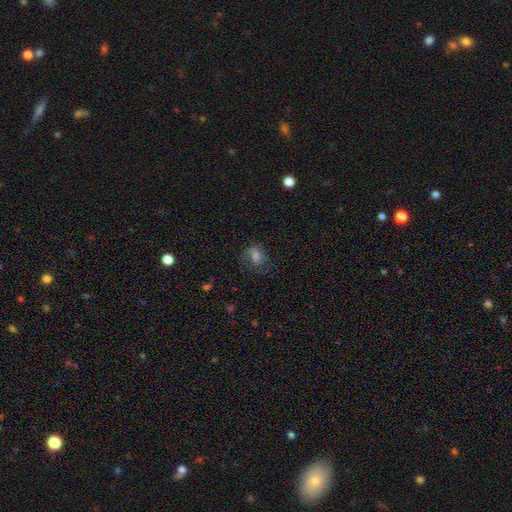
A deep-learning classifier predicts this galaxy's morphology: This appears to be a smooth galaxy with no disk features (49%). Merging: none (61%).